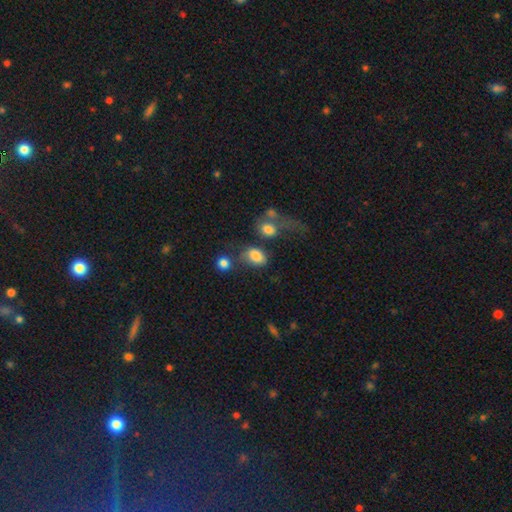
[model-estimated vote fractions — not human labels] Morphology: type=smooth (81%); roundness=in between (78%); merging=none (42%).